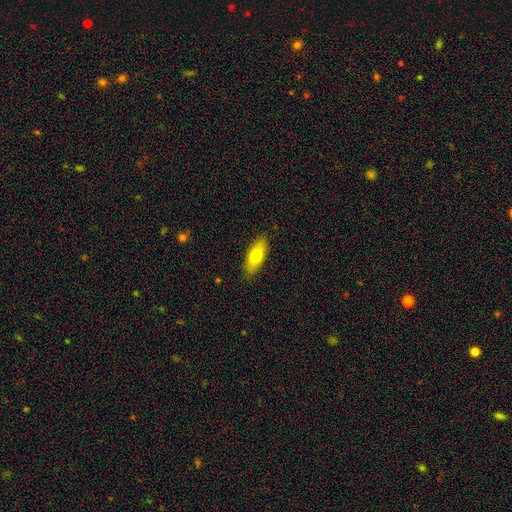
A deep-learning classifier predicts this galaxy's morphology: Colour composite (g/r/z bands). It shows a smooth galaxy with no disk features (74%) that is in between round and cigar-shaped (74%). Merging: none (87%).